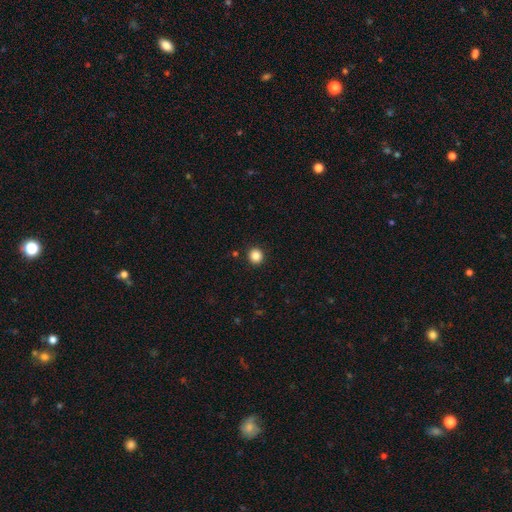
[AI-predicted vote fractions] A smooth galaxy with no disk features (86%) that is round (92%). Merging: none (92%).